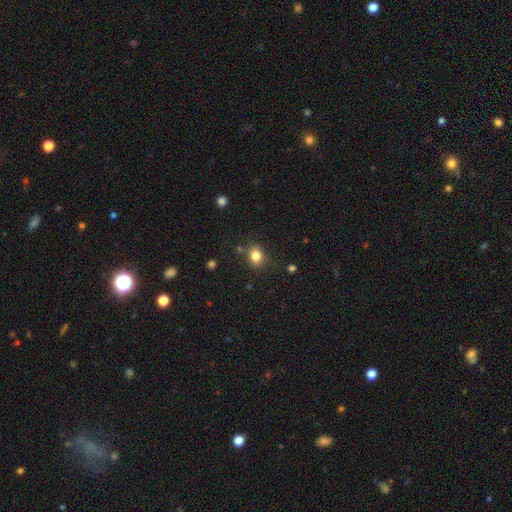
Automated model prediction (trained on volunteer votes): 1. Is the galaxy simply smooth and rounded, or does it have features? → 82% smooth, 11% star or artifact, 7% featured or disk.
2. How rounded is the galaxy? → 56% in between, 43% round, 1% cigar-shaped.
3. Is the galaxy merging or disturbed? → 79% none, 14% minor disturbance, 4% major disturbance, 3% merger.